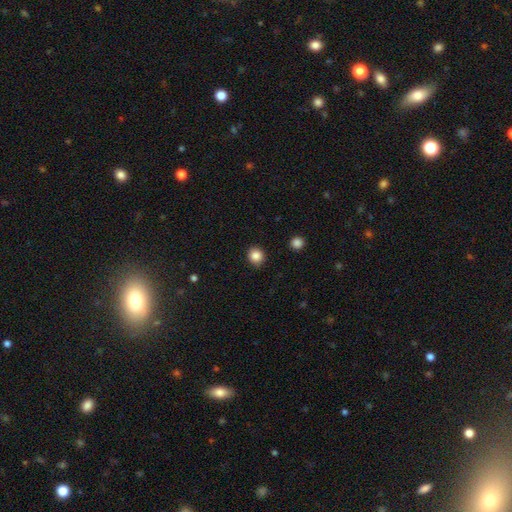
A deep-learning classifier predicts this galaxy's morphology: smooth 86%, star or artifact 10%, featured or disk 4%. Down the decision tree: how rounded — round (90%); merging — none (90%).